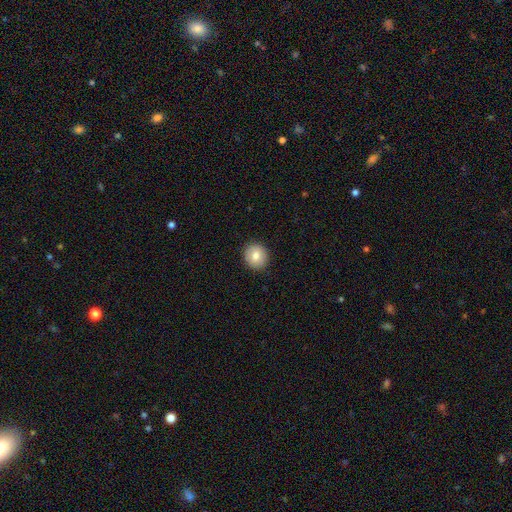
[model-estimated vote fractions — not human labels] Smooth or featured? Predicted: smooth (p=0.79). How rounded? Predicted: round (p=0.85). Merging? Predicted: none (p=0.91).